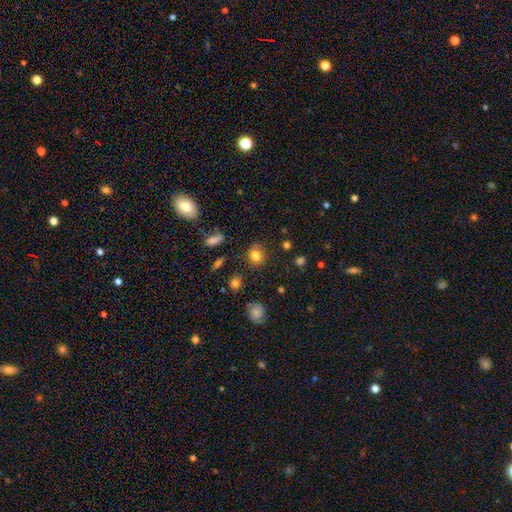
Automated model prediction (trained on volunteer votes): This is clearly a smooth galaxy (80%). How rounded: likely round (70%). Merging: likely none (78%).